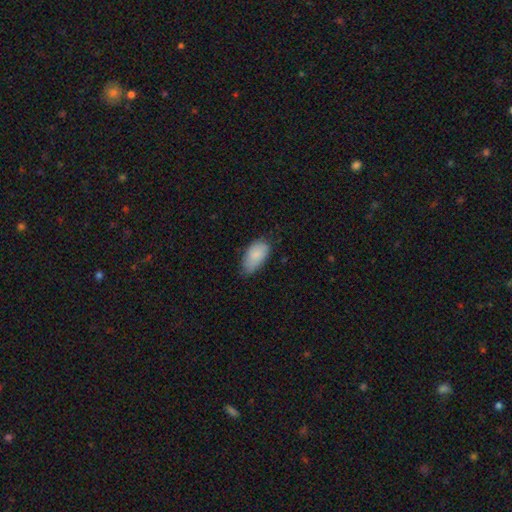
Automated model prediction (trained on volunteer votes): smooth-or-featured: smooth: 85% | featured or disk: 9% | star or artifact: 6%
  how-rounded: in between: 94% | round: 3% | cigar-shaped: 3%
  merging: none: 59% | minor disturbance: 34% | major disturbance: 6% | merger: 1%